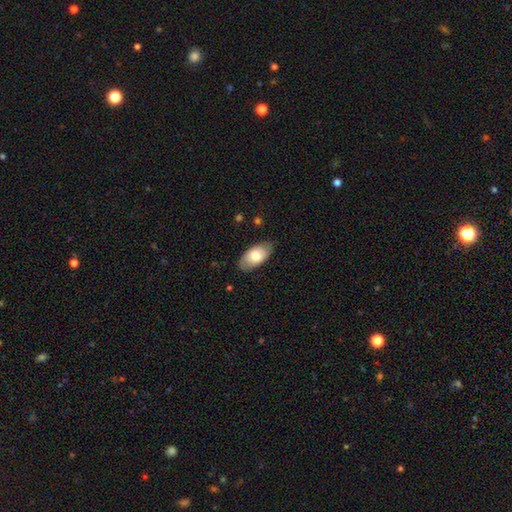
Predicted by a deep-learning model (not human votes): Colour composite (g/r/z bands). It shows a smooth galaxy with no disk features (72%) that is in between round and cigar-shaped (94%). Merging: none (81%).